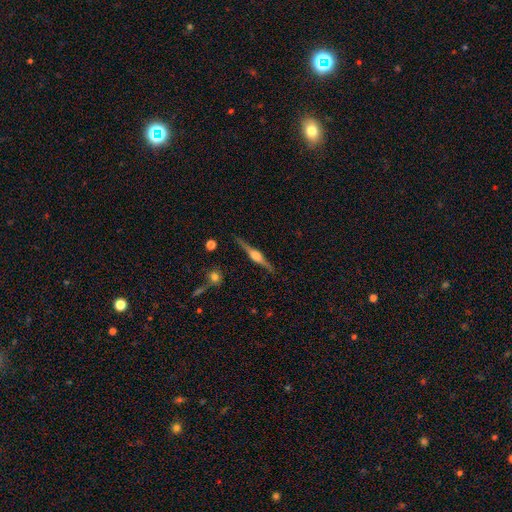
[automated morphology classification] A featured or disk galaxy (80%) viewed edge-on (98%) with a rounded central bulge (86%).

Vote fractions:
- Smooth or featured? featured or disk: 80% / smooth: 15% / star or artifact: 6%
- Edge-on disk? yes: 98% / no: 2%
- Edge-on bulge? rounded: 86% / boxy: 11% / none: 3%
- Merging? none: 87% / minor disturbance: 9% / major disturbance: 2% / merger: 2%